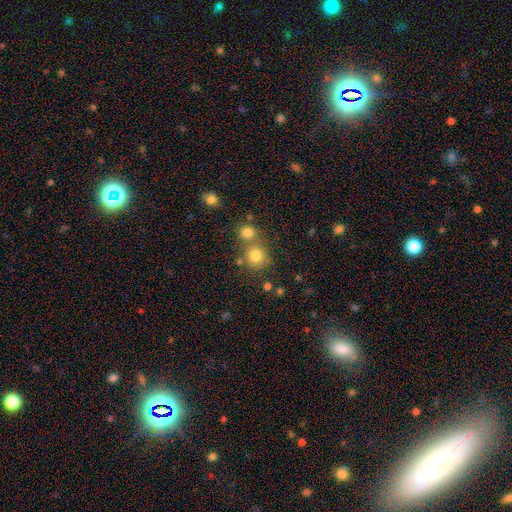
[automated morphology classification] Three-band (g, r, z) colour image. It shows a smooth galaxy with no disk features (78%) that is round (87%). Merging: none (57%).